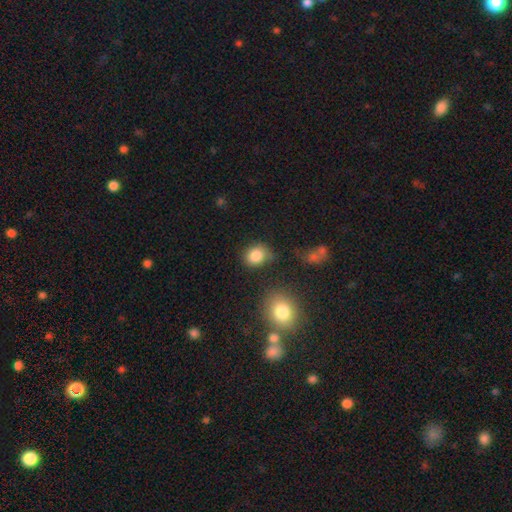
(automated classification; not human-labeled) The model was most divided on "how rounded": round: 63%, in between: 36%, cigar-shaped: 1%. More confident: smooth or featured — smooth (84%); merging — none (65%).